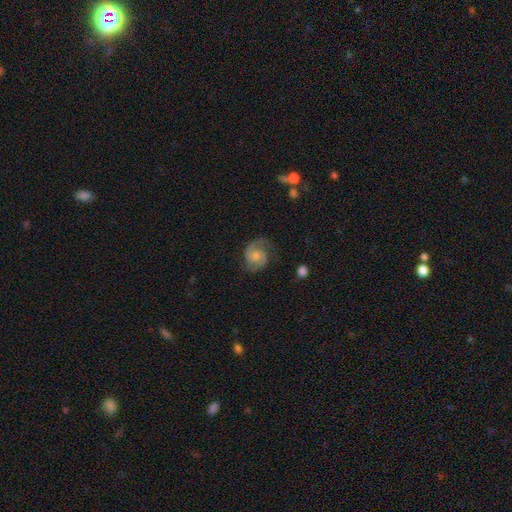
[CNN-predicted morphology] Overall: featured or disk (88%). Edge-on disk: no (98%). Bar: no (62%; weak 33%). Spiral arms: yes (98%). Spiral arm count: 2 (92%). Spiral winding: medium (52%; tight 36%). Bulge size: moderate (52%; small 35%). Merging: none (78%).